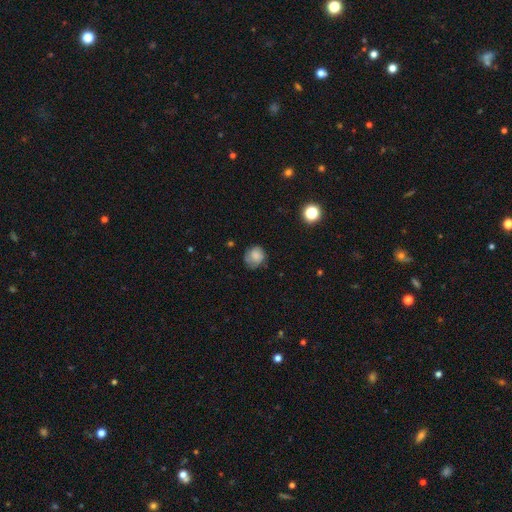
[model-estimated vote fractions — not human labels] A smooth galaxy with no disk features (74%) that is round (80%).

Vote fractions:
- Smooth or featured? smooth: 74% / featured or disk: 16% / star or artifact: 10%
- How rounded? round: 80% / in between: 19% / cigar-shaped: 1%
- Merging? none: 65% / minor disturbance: 25% / major disturbance: 9% / merger: 2%